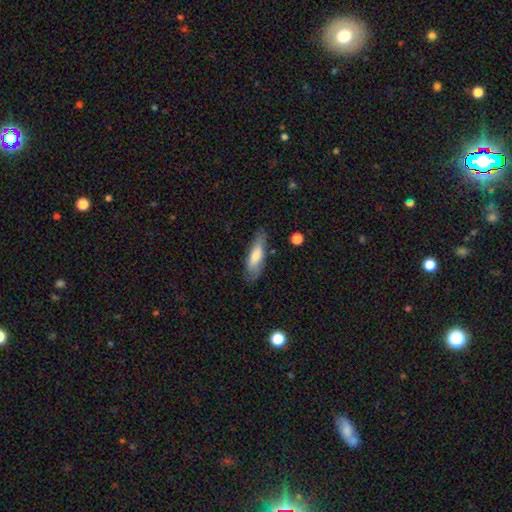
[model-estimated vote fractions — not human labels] Smooth or featured?
  - smooth: 66% *
  - featured or disk: 28%
  - star or artifact: 7%
How rounded?
  - cigar-shaped: 55% *
  - in between: 43%
  - round: 2%
Merging?
  - none: 73% *
  - minor disturbance: 20%
  - major disturbance: 5%
  - merger: 2%